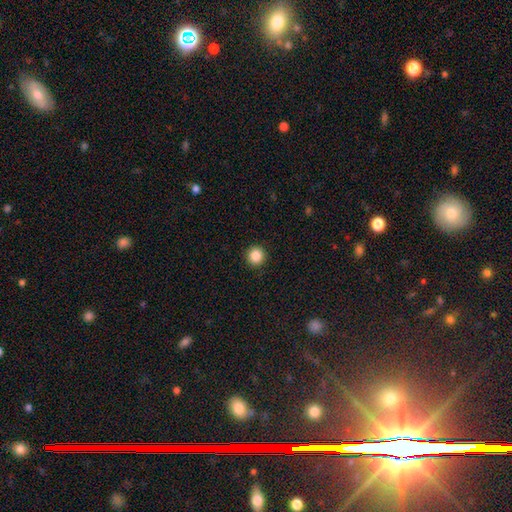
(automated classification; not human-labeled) The model was most divided on "smooth or featured": smooth: 86%, star or artifact: 10%, featured or disk: 4%. More confident: how rounded — round (94%); merging — none (92%).